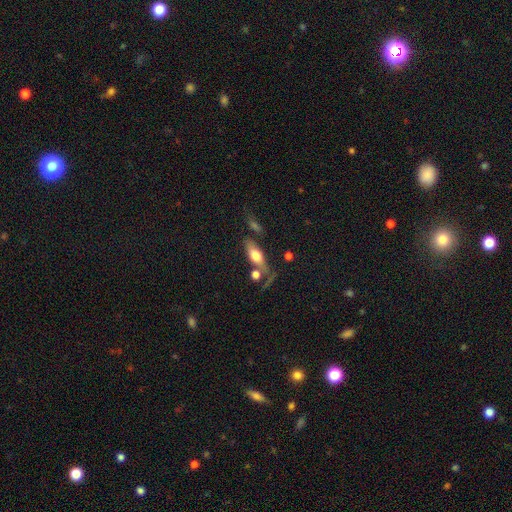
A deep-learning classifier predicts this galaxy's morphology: smooth-or-featured: smooth: 58% | featured or disk: 34% | star or artifact: 8%
  how-rounded: in between: 69% | cigar-shaped: 26% | round: 5%
  merging: none: 55% | merger: 18% | minor disturbance: 17% | major disturbance: 10%